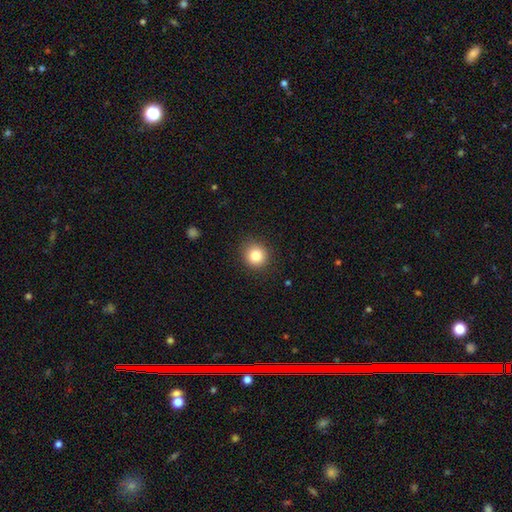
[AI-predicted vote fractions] The model was most divided on "smooth or featured": smooth: 83%, star or artifact: 11%, featured or disk: 6%. More confident: how rounded — round (90%); merging — none (89%).